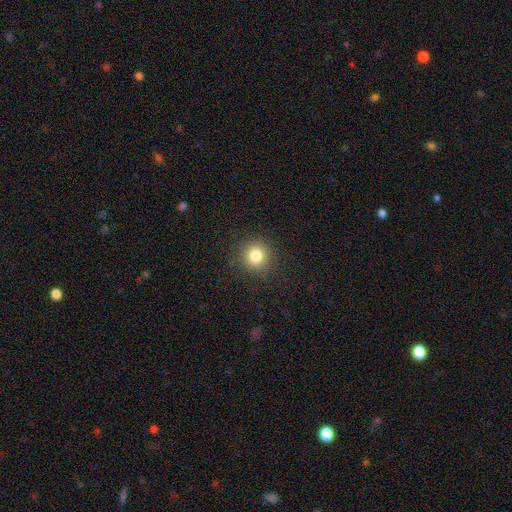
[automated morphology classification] This is clearly a smooth galaxy (81%). How rounded: clearly round (92%). Merging: clearly none (90%).